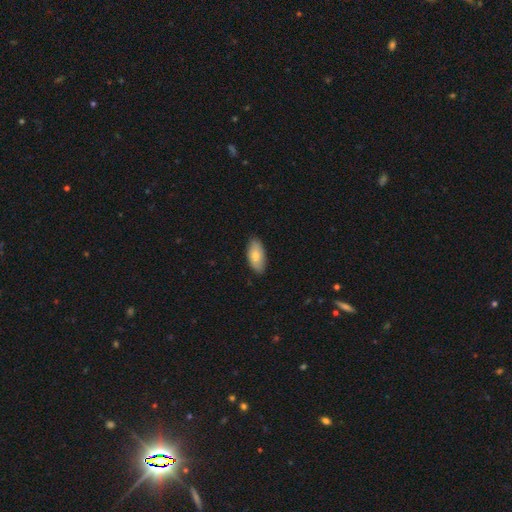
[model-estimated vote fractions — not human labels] Smooth or featured? smooth (74%)
How rounded? in between (91%)
Merging? none (86%)